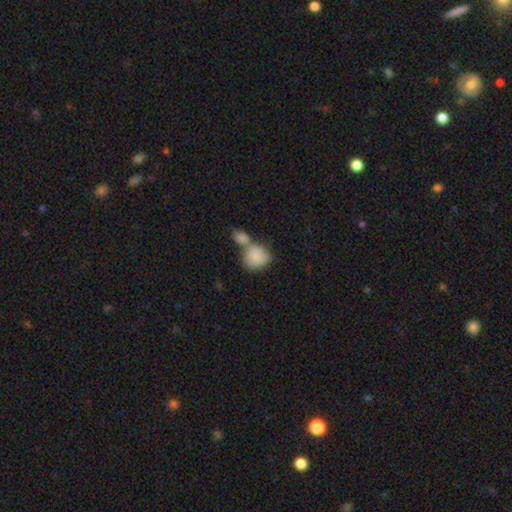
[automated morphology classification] This appears to be a smooth galaxy with no disk features (85%) that is round (61%). Merging: merger (60%).